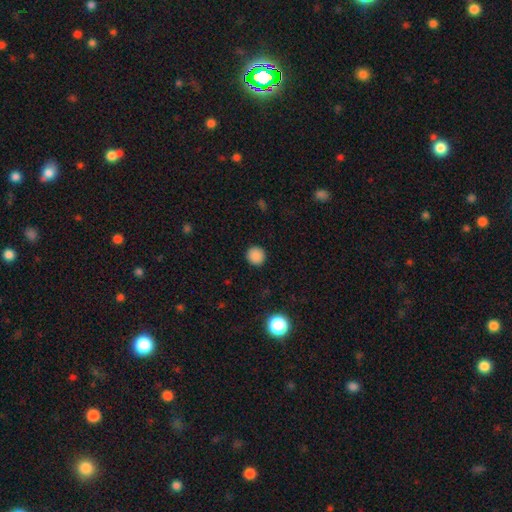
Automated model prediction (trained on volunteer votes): This appears to be a smooth galaxy with no disk features (86%) that is round (95%). Merging: none (92%).